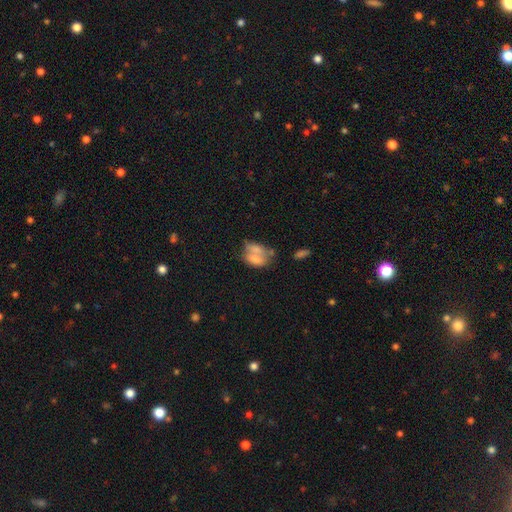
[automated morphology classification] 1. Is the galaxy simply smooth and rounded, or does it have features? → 62% smooth, 28% featured or disk, 9% star or artifact.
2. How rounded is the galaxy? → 80% in between, 18% round, 2% cigar-shaped.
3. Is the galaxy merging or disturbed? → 53% merger, 22% none, 14% minor disturbance, 12% major disturbance.